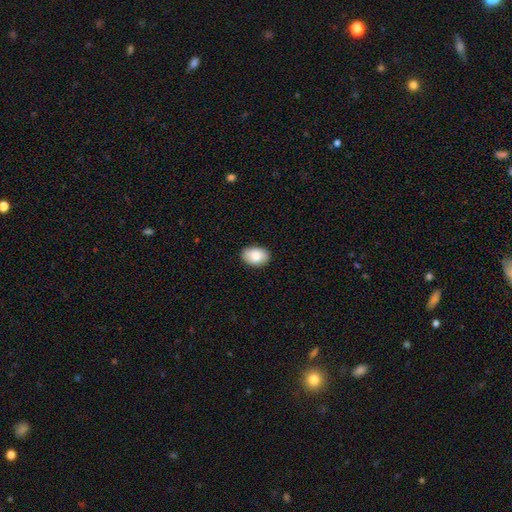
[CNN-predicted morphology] A smooth galaxy with no disk features (84%) that is in between round and cigar-shaped (85%).

Vote fractions:
- Smooth or featured? smooth: 84% / featured or disk: 9% / star or artifact: 7%
- How rounded? in between: 85% / round: 13% / cigar-shaped: 1%
- Merging? none: 87% / minor disturbance: 10% / major disturbance: 2% / merger: 1%